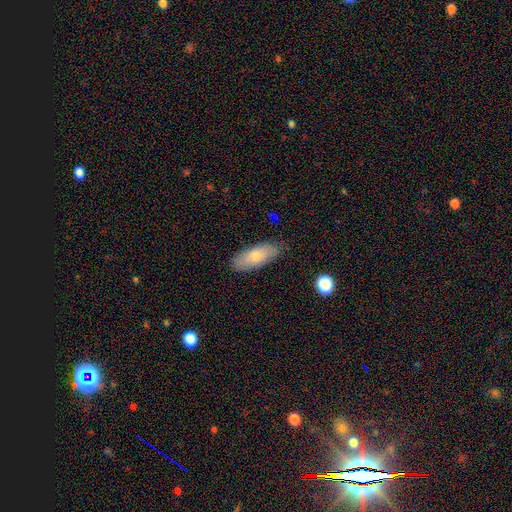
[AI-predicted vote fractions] Smooth or featured? smooth (71%)
How rounded? in between (76%)
Merging? none (84%)